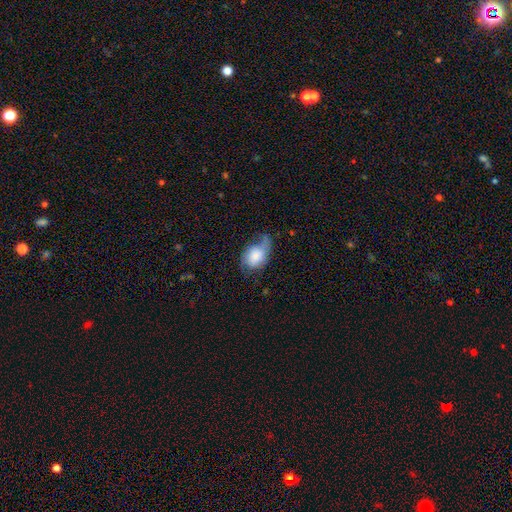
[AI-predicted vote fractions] Overall: smooth (52%; featured or disk 40%). How rounded: in between (77%). Merging: minor disturbance (36%; none 35%).